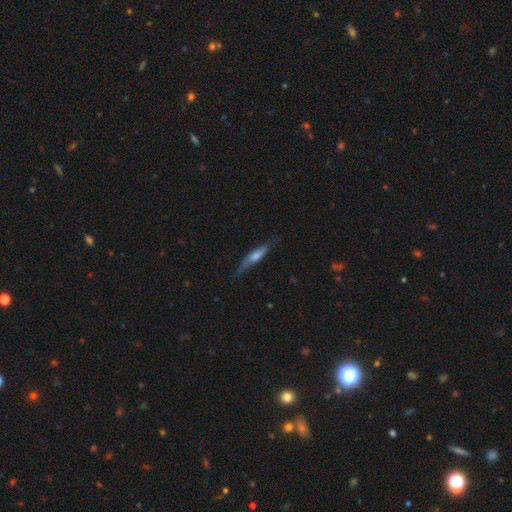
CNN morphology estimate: Q: Smooth or featured?
A: featured or disk (50%); runner-up: smooth (44%)
Q: Merging?
A: none (74%); runner-up: minor disturbance (20%)